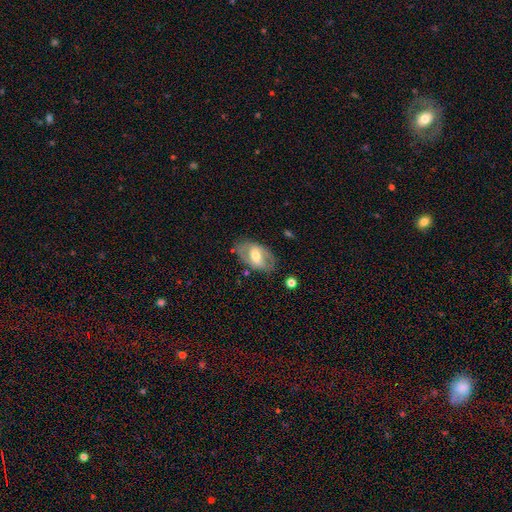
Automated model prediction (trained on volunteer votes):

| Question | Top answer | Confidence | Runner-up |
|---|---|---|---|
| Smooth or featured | featured or disk | 60% | smooth (34%) |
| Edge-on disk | no | 93% | yes (7%) |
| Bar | weak | 42% | strong (31%) |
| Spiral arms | yes | 58% | no (42%) |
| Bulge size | moderate | 65% | small (22%) |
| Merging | none | 74% | minor disturbance (17%) |